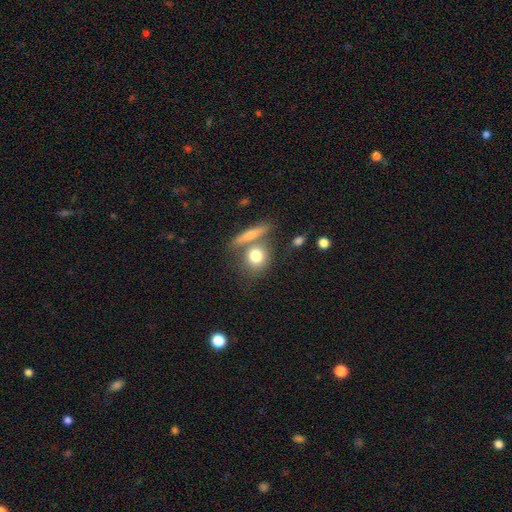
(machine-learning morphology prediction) Q: Smooth or featured?
A: smooth (77%); runner-up: featured or disk (15%)
Q: How rounded?
A: round (71%); runner-up: in between (24%)
Q: Merging?
A: none (56%); runner-up: merger (27%)